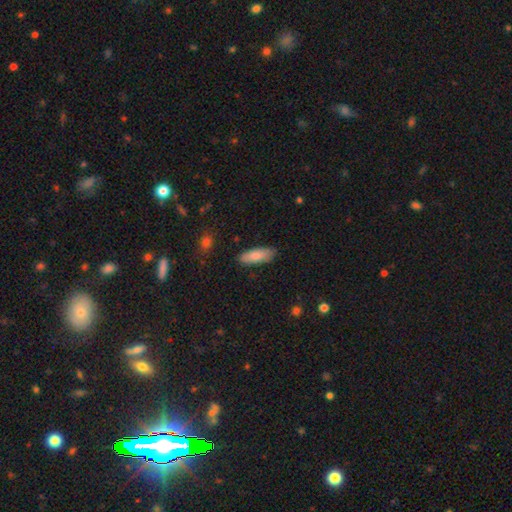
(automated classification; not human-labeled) Q: Smooth or featured?
A: smooth (82%); runner-up: featured or disk (12%)
Q: How rounded?
A: in between (64%); runner-up: cigar-shaped (35%)
Q: Merging?
A: none (85%); runner-up: minor disturbance (11%)